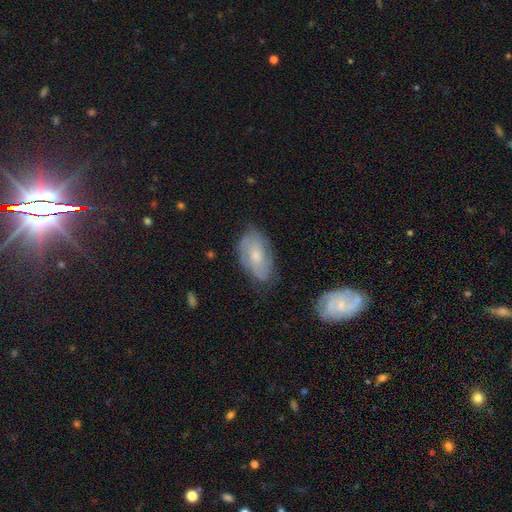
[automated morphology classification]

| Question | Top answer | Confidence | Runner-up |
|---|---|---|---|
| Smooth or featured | featured or disk | 58% | smooth (35%) |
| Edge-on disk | no | 94% | yes (6%) |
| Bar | no | 70% | weak (26%) |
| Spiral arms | yes | 82% | no (18%) |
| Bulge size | moderate | 49% | small (41%) |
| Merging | none | 66% | minor disturbance (24%) |